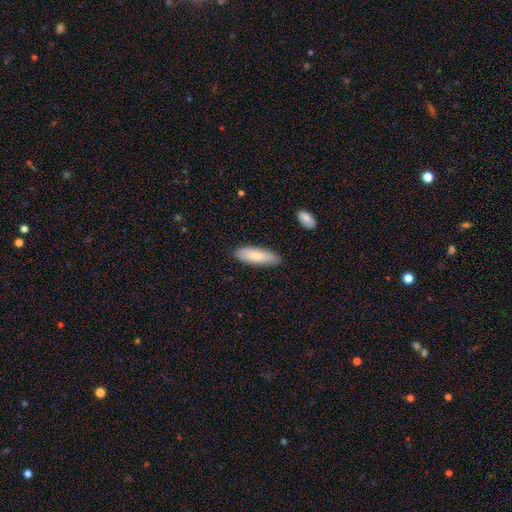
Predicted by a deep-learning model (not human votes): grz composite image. It shows a smooth galaxy with no disk features (78%) that is in between round and cigar-shaped (51%). Merging: none (83%).